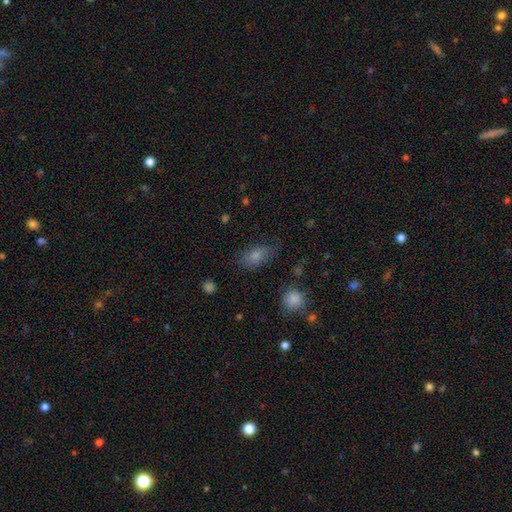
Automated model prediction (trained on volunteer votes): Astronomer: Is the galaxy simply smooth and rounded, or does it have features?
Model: smooth — 78%.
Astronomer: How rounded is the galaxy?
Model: in between — 87%.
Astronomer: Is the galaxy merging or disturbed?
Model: none — 65%.